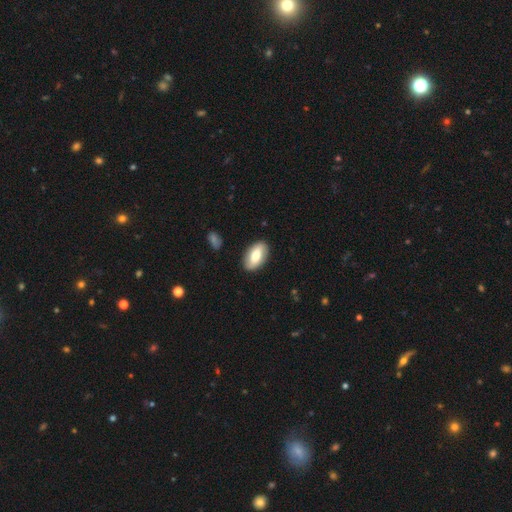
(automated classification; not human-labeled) The model was most divided on "smooth or featured": smooth: 65%, featured or disk: 29%, star or artifact: 6%. More confident: how rounded — in between (93%); merging — none (86%).